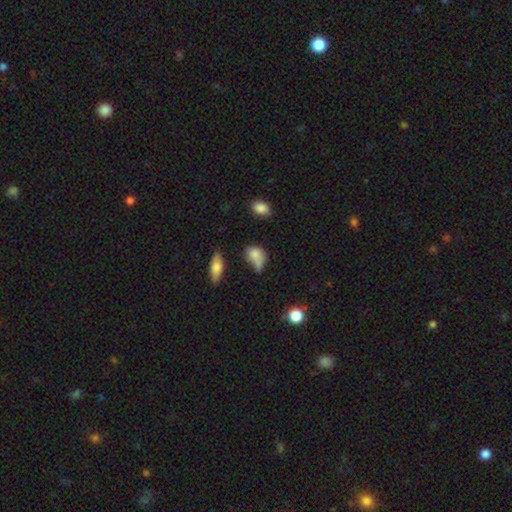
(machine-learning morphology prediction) smooth-or-featured: smooth: 78% | featured or disk: 12% | star or artifact: 11%
  how-rounded: in between: 72% | round: 25% | cigar-shaped: 3%
  merging: none: 32% (tied) | minor disturbance: 32% (tied) | major disturbance: 19% | merger: 17%